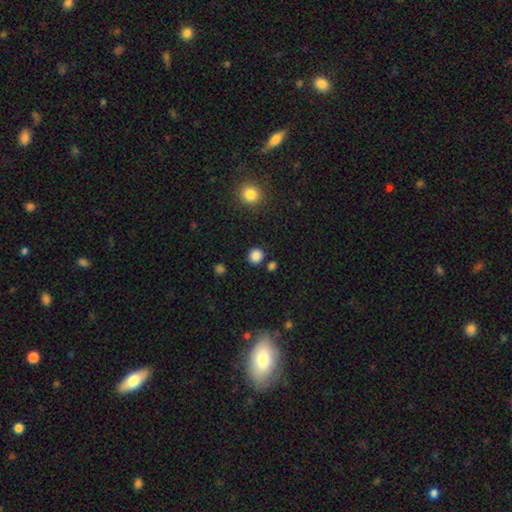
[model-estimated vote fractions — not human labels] A smooth galaxy with no disk features (85%) that is round (88%).

Vote fractions:
- Smooth or featured? smooth: 85% / star or artifact: 11% / featured or disk: 3%
- How rounded? round: 88% / in between: 11% / cigar-shaped: 1%
- Merging? none: 85% / minor disturbance: 8% / merger: 4% / major disturbance: 3%